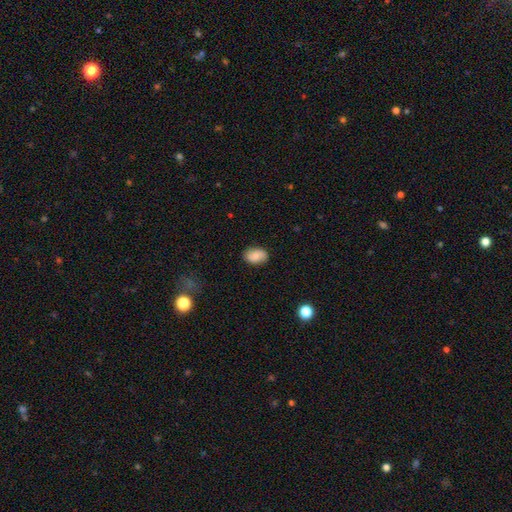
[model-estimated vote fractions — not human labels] smooth-or-featured: smooth: 72% | featured or disk: 20% | star or artifact: 8%
  how-rounded: in between: 82% | round: 17% | cigar-shaped: 1%
  merging: none: 83% | minor disturbance: 13% | major disturbance: 3% | merger: 1%